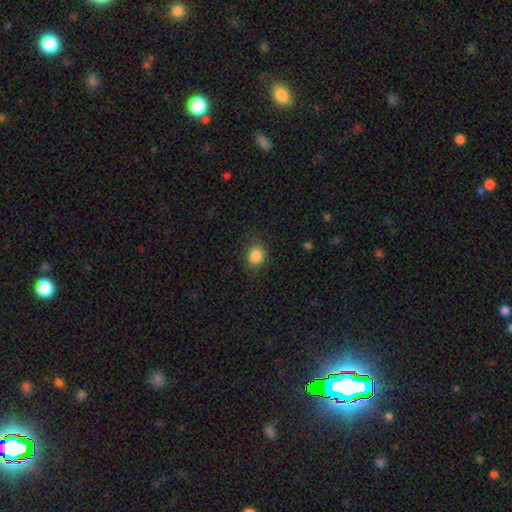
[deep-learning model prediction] This is clearly a smooth galaxy (85%). How rounded: possibly round (54%). Merging: likely none (78%).